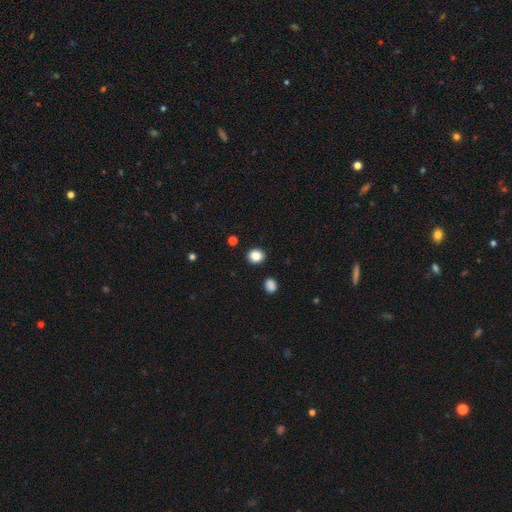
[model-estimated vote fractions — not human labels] smooth_or_featured: smooth (p=0.86) [alt: star or artifact p=0.10]
how_rounded: round (p=0.73) [alt: in between p=0.26]
merging: none (p=0.89) [alt: minor disturbance p=0.06]